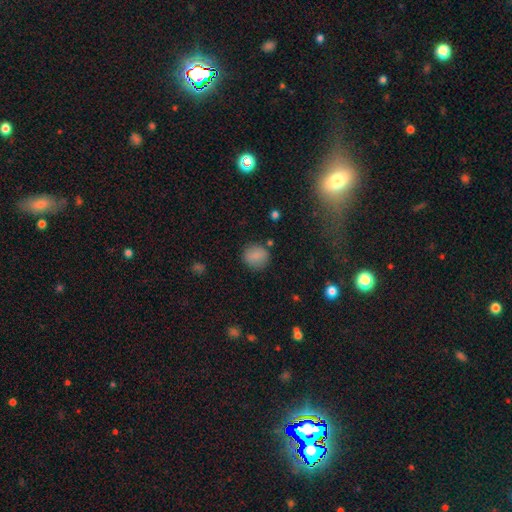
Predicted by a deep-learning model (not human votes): Smooth or featured? smooth (84%)
How rounded? round (84%)
Merging? none (85%)